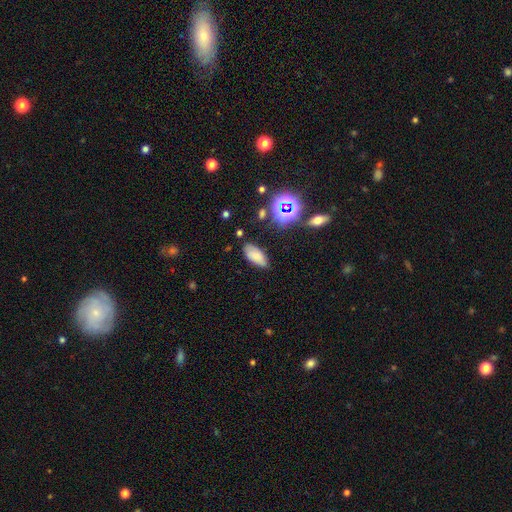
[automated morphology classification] Smooth or featured? Predicted: smooth (p=0.73). How rounded? Predicted: in between (p=0.90). Merging? Predicted: none (p=0.76).